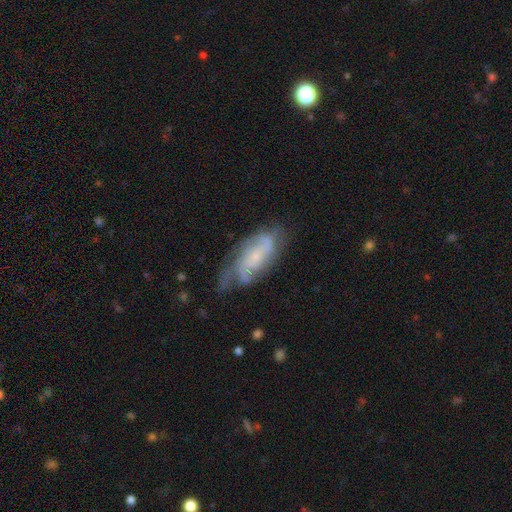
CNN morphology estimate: Smooth or featured: featured or disk — 74% (smooth — 19%)
Edge-on disk: no — 92% (yes — 8%)
Bar: no — 63% (weak — 30%)
Spiral arms: yes — 89% (no — 11%)
Spiral winding: medium — 42% (tight — 37%)
Spiral arm count: 2 — 38% (can't tell — 33%)
Bulge size: small — 71% (moderate — 20%)
Merging: none — 55% (minor disturbance — 28%)